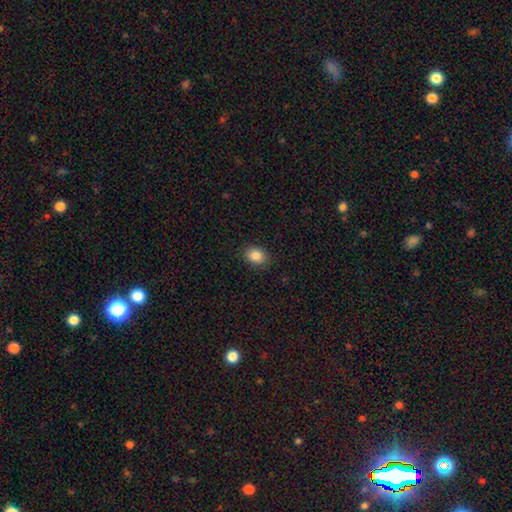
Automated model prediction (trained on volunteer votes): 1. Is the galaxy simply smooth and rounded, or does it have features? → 86% smooth, 9% star or artifact, 5% featured or disk.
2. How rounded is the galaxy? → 65% in between, 34% round, 1% cigar-shaped.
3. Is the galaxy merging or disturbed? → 89% none, 8% minor disturbance, 2% major disturbance, 1% merger.